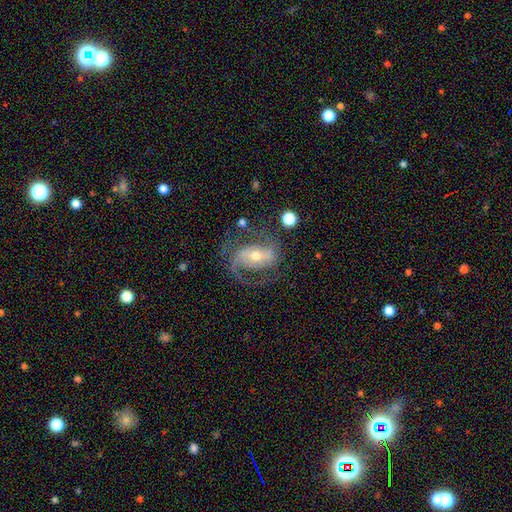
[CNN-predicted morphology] Smooth or featured? featured or disk (86%)
Edge-on disk? no (96%)
Bar? strong (42%)
Spiral arms? yes (95%)
Spiral winding? medium (51%)
Spiral arm count? 2 (80%)
Bulge size? moderate (55%)
Merging? none (64%)